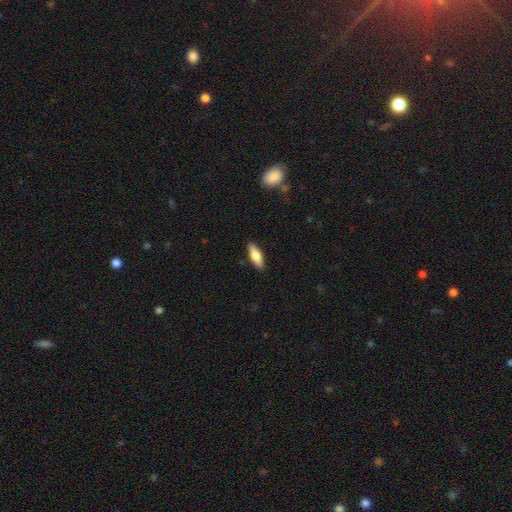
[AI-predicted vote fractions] Smooth or featured? smooth (73%)
How rounded? in between (54%)
Merging? none (89%)